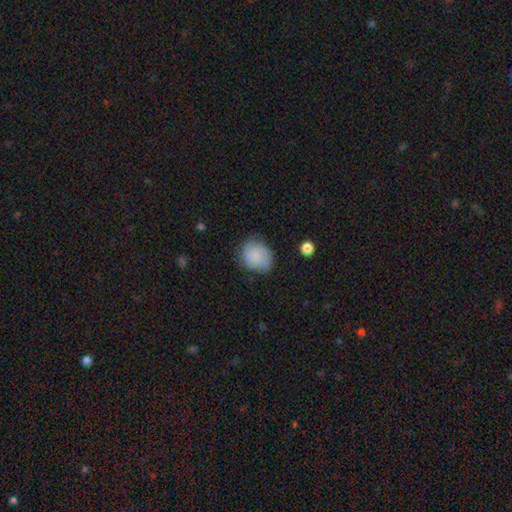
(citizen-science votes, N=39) Smooth or featured? smooth (82%)
How rounded? round (53%)
Merging? none (54%)